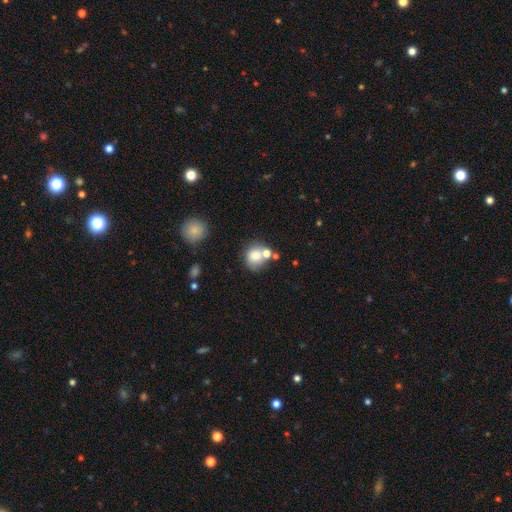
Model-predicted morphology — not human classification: This is likely a smooth galaxy (75%). How rounded: likely round (79%). Merging: possibly none (47%).